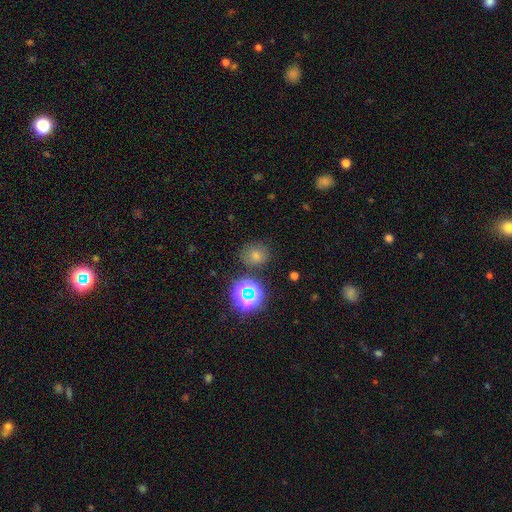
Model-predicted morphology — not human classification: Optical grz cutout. It shows a smooth galaxy with no disk features (67%) that is round (73%). Merging: none (78%).